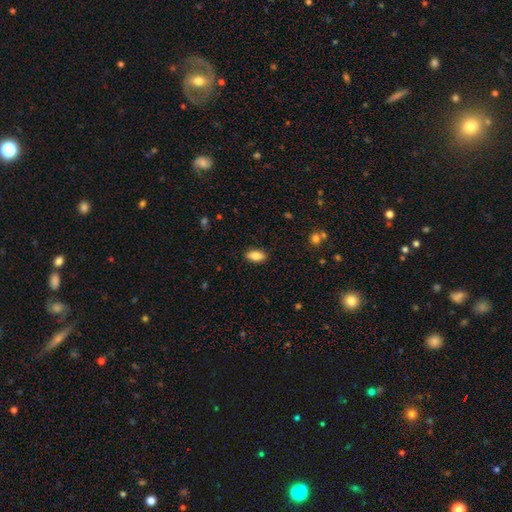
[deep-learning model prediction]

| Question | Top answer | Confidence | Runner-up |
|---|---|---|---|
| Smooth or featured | smooth | 81% | featured or disk (12%) |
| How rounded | in between | 87% | cigar-shaped (10%) |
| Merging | none | 88% | minor disturbance (9%) |